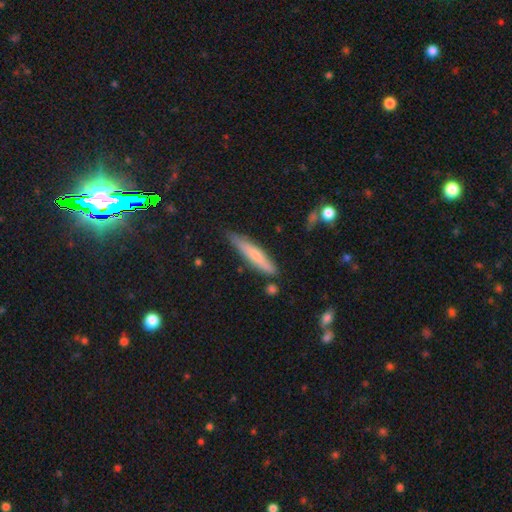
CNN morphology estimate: Smooth or featured: smooth — 67% (featured or disk — 28%)
How rounded: cigar-shaped — 89% (in between — 10%)
Merging: none — 75% (minor disturbance — 19%)